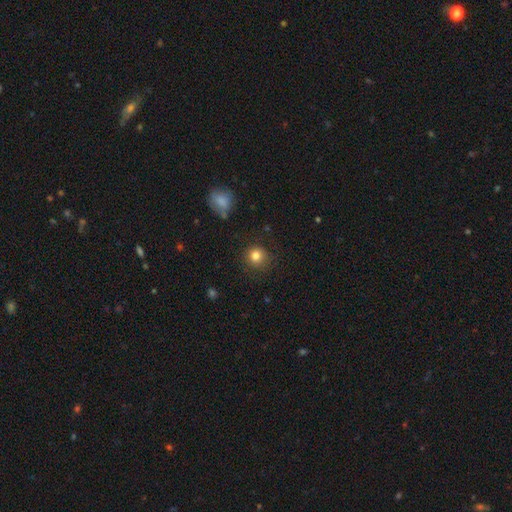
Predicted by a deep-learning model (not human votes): Smooth or featured: smooth — 83% (star or artifact — 12%)
How rounded: round — 91% (in between — 8%)
Merging: none — 85% (minor disturbance — 10%)